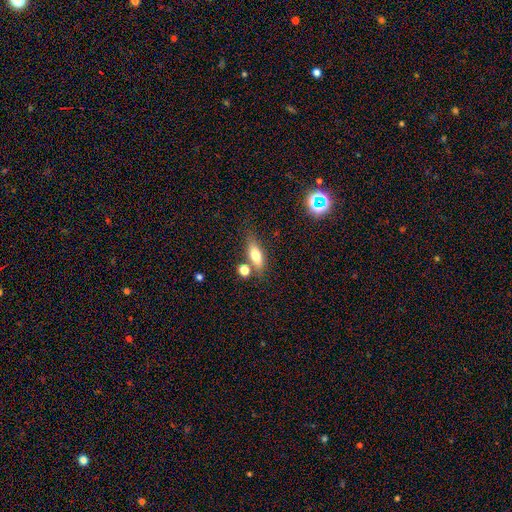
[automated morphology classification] This is likely a smooth galaxy (70%). How rounded: likely in between (64%). Merging: likely none (65%).